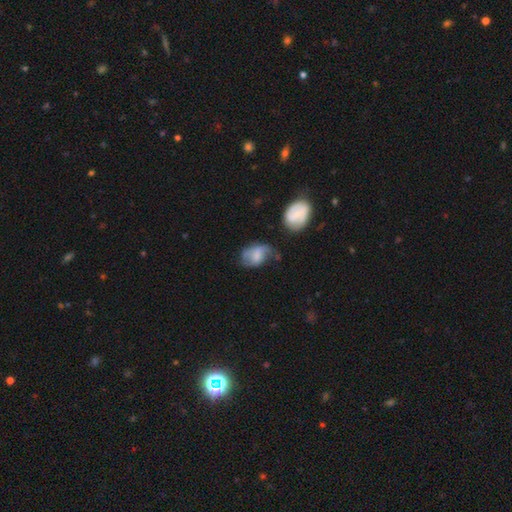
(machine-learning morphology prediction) Smooth or featured? smooth (46%)
Merging? none (35%)